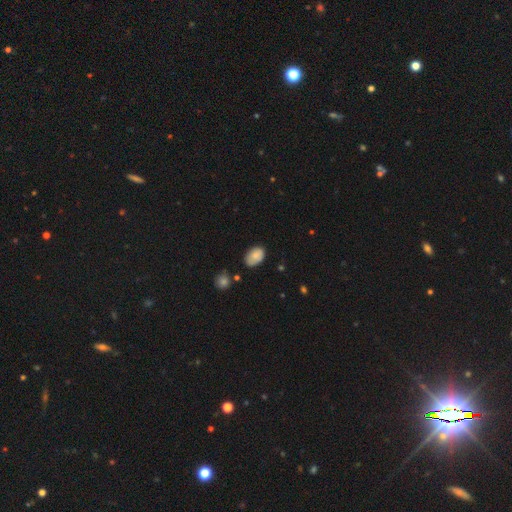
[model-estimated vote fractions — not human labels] Smooth or featured?
  - smooth: 80% *
  - featured or disk: 13%
  - star or artifact: 8%
How rounded?
  - in between: 86% *
  - round: 13%
  - cigar-shaped: 1%
Merging?
  - none: 64% *
  - minor disturbance: 28%
  - major disturbance: 5%
  - merger: 3%